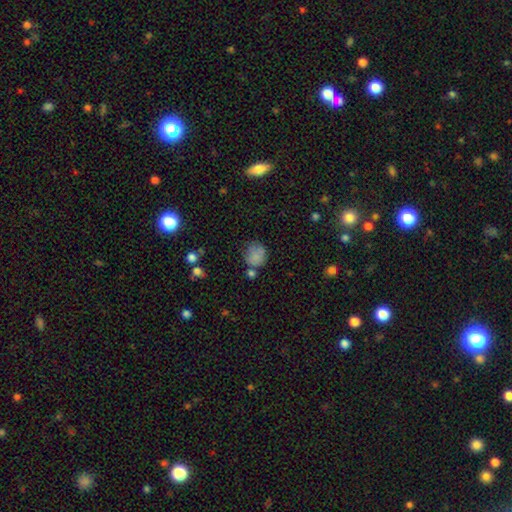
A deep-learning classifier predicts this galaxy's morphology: Smooth or featured? Predicted: smooth (p=0.78). How rounded? Predicted: round (p=0.76). Merging? Predicted: none (p=0.55).